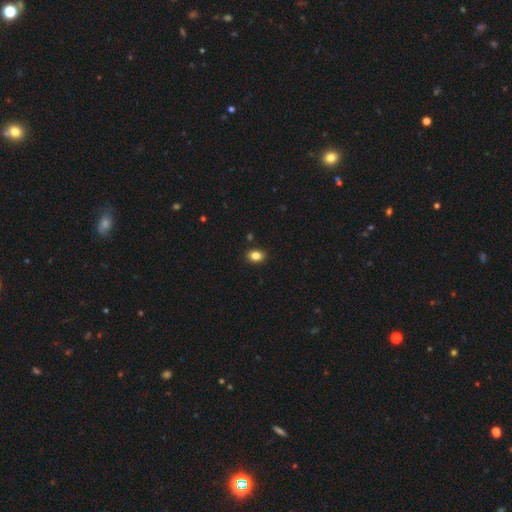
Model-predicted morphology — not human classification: The model was most divided on "how rounded": in between: 69%, round: 29%, cigar-shaped: 1%. More confident: merging — none (88%); smooth or featured — smooth (84%).